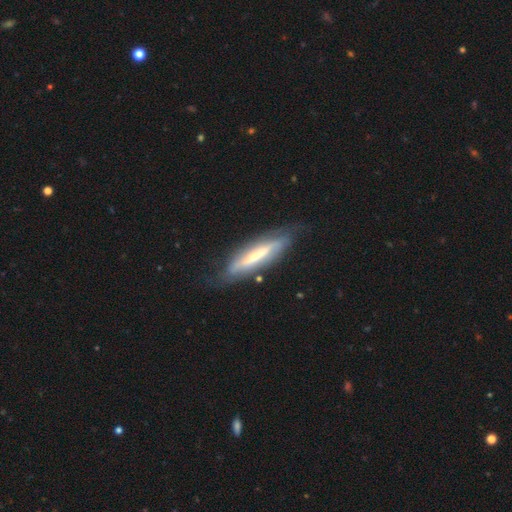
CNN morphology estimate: smooth-or-featured: featured or disk: 62% | smooth: 32% | star or artifact: 6%
  disk-edge-on: yes: 61% | no: 39%
  merging: none: 68% | minor disturbance: 22% | major disturbance: 8% | merger: 2%